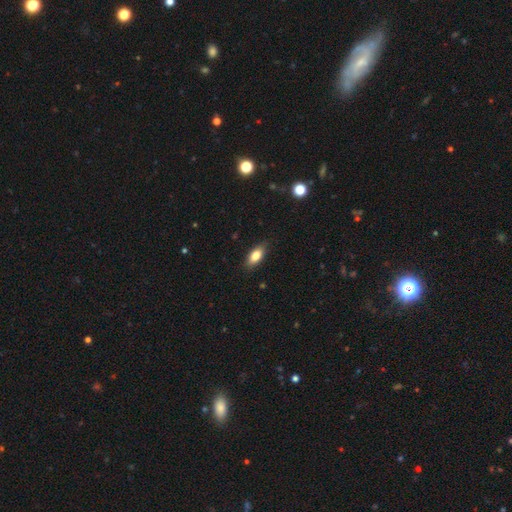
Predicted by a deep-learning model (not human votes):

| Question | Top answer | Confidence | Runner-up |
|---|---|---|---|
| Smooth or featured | smooth | 82% | featured or disk (11%) |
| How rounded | in between | 85% | cigar-shaped (11%) |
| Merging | none | 84% | minor disturbance (12%) |